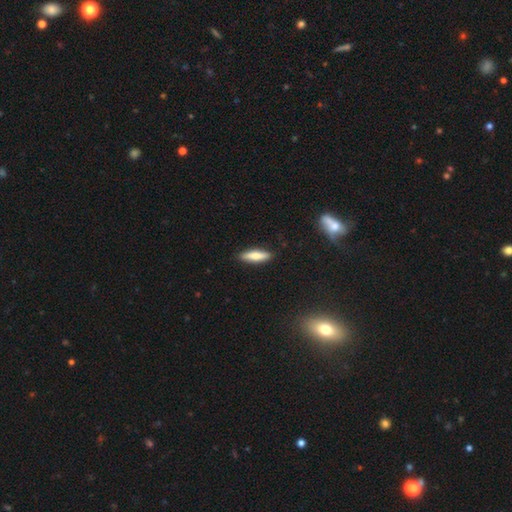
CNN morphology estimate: Smooth or featured: smooth — 71% (featured or disk — 23%)
How rounded: cigar-shaped — 69% (in between — 29%)
Merging: none — 88% (minor disturbance — 9%)